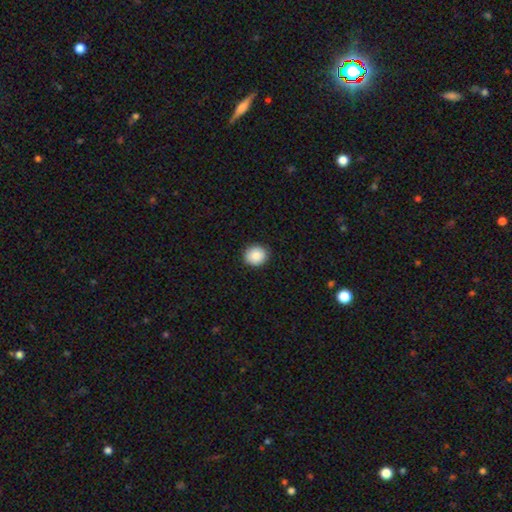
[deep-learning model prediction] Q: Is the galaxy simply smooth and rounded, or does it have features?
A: smooth — 88%.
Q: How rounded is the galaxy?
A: round — 85%.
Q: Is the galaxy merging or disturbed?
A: none — 90%.